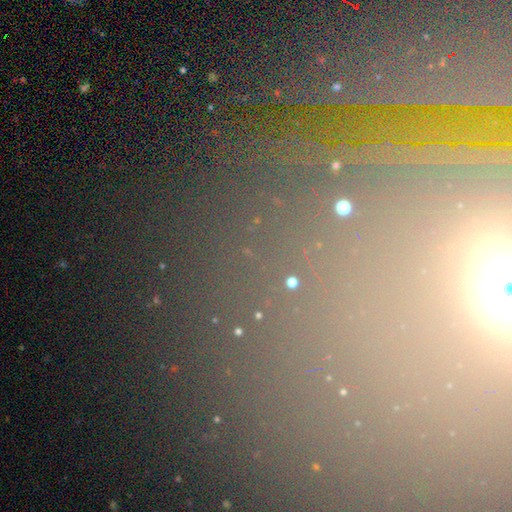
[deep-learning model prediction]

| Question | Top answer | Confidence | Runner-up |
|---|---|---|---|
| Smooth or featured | star or artifact | 74% | smooth (16%) |